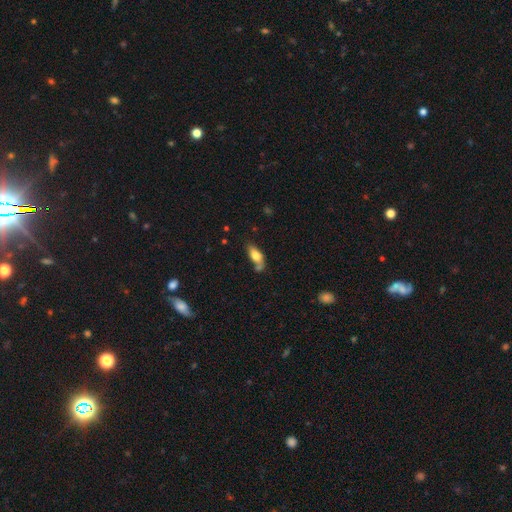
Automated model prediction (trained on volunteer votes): Morphology: type=smooth (75%); roundness=in between (81%); merging=none (51%).